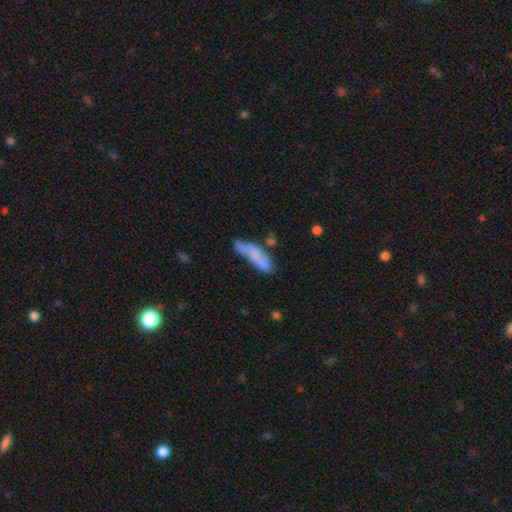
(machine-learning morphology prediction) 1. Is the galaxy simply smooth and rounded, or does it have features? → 62% smooth, 29% featured or disk, 9% star or artifact.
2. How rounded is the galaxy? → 60% cigar-shaped, 38% in between, 2% round.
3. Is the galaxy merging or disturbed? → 45% none, 26% minor disturbance, 15% merger, 14% major disturbance.